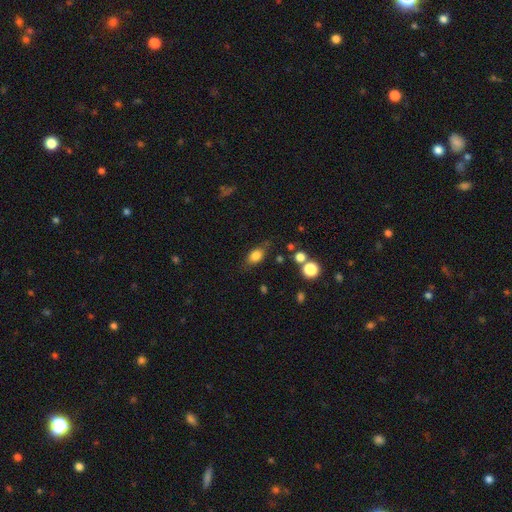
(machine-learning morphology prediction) This appears to be a smooth galaxy with no disk features (78%) that is in between round and cigar-shaped (78%). Merging: none (72%).